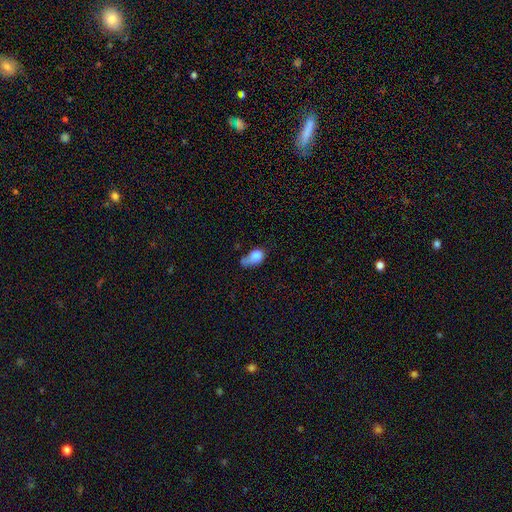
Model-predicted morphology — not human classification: This appears to be a smooth galaxy with no disk features (79%) that is in between round and cigar-shaped (73%). Merging: minor disturbance (31%).